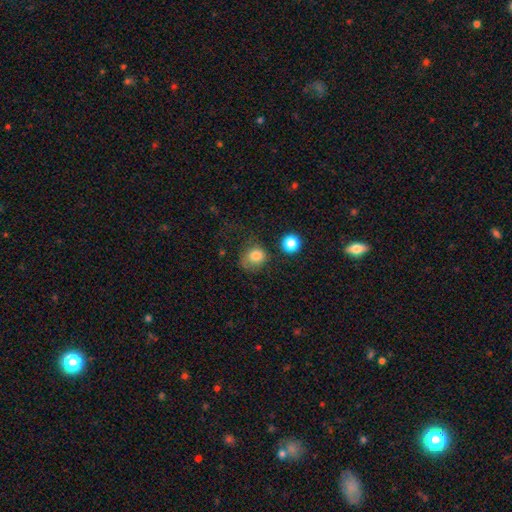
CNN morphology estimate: The model was most divided on "merging": none: 49%, minor disturbance: 26%, major disturbance: 19%, merger: 6%. More confident: smooth or featured — smooth (80%); how rounded — round (74%).